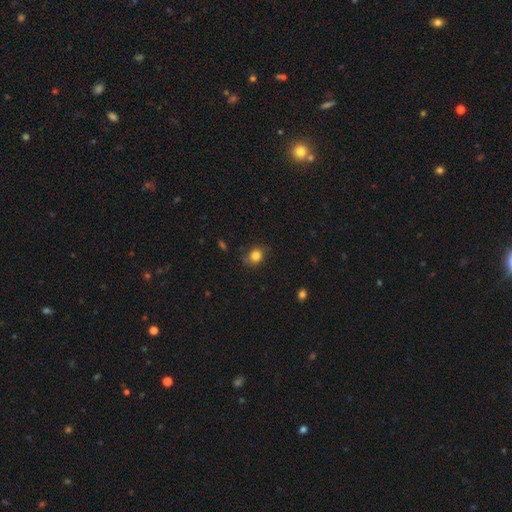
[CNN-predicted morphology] A smooth galaxy with no disk features (83%) that is round (65%).

Vote fractions:
- Smooth or featured? smooth: 83% / star or artifact: 11% / featured or disk: 6%
- How rounded? round: 65% / in between: 34% / cigar-shaped: 1%
- Merging? none: 72% / minor disturbance: 21% / major disturbance: 5% / merger: 2%